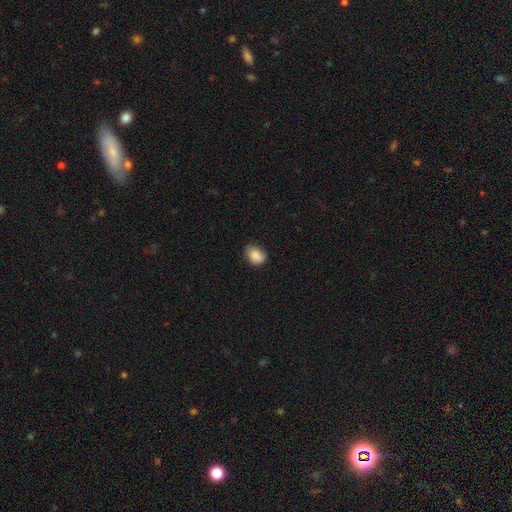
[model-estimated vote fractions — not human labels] A smooth galaxy with no disk features (86%) that is in between round and cigar-shaped (60%). Merging: none (71%).